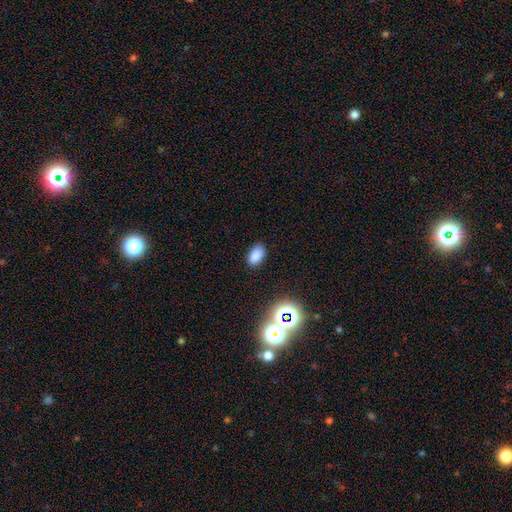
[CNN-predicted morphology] smooth_or_featured: smooth (p=0.82) [alt: star or artifact p=0.14]
how_rounded: in between (p=0.91) [alt: round p=0.07]
merging: none (p=0.85) [alt: minor disturbance p=0.11]